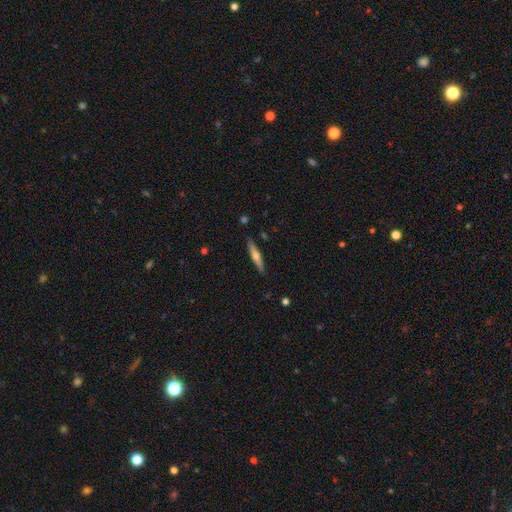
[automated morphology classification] A featured or disk galaxy (52%) viewed edge-on (94%). Merging: none (89%).